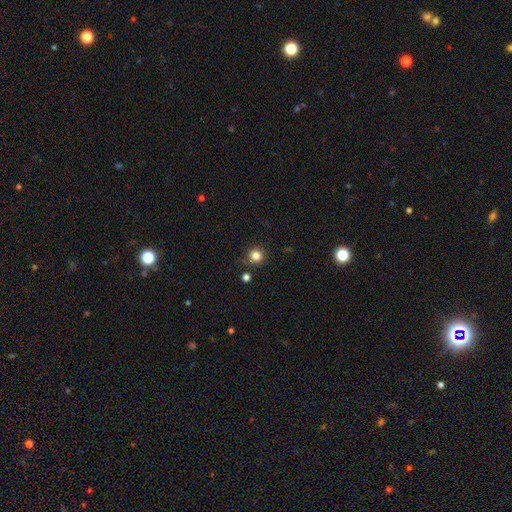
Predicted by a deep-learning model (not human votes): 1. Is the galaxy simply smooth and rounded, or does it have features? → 82% smooth, 13% star or artifact, 5% featured or disk.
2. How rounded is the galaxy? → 93% round, 6% in between, 1% cigar-shaped.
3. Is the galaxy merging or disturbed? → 82% none, 11% minor disturbance, 3% merger, 3% major disturbance.